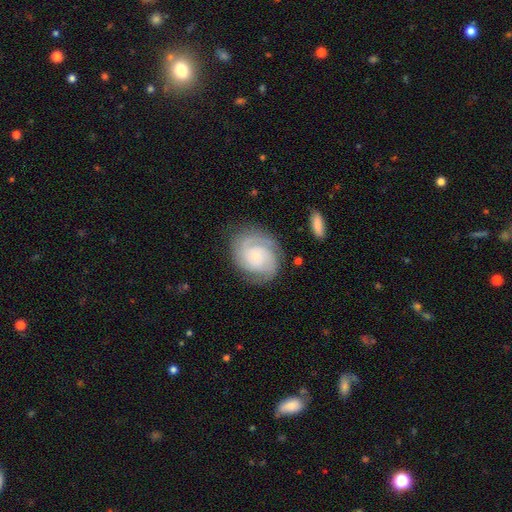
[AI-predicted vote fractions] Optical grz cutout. It shows a featured or disk galaxy (85%) with no bar (74%), 2 (43%) tight (70%) spiral arms (97%) and a small central bulge (80%). Merging: none (78%).